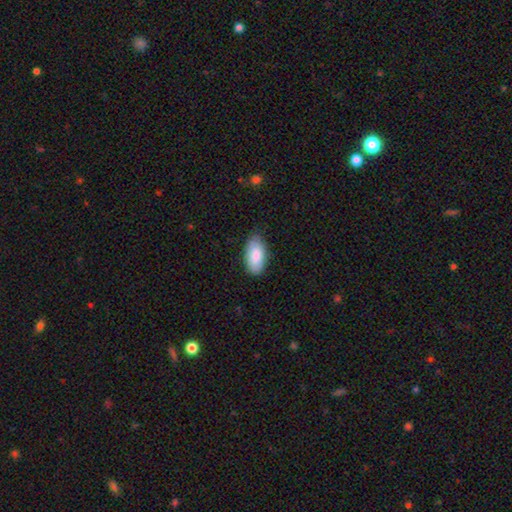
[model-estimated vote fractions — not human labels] Smooth or featured?
  - smooth: 85% *
  - featured or disk: 10%
  - star or artifact: 6%
How rounded?
  - in between: 94% *
  - cigar-shaped: 4%
  - round: 2%
Merging?
  - none: 81% *
  - minor disturbance: 15%
  - major disturbance: 3%
  - merger: 1%